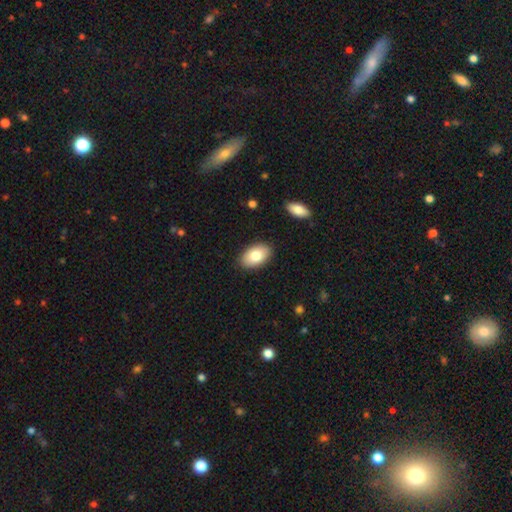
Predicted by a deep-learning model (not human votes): Smooth or featured: smooth — 80% (featured or disk — 14%)
How rounded: in between — 94% (round — 5%)
Merging: none — 88% (minor disturbance — 9%)